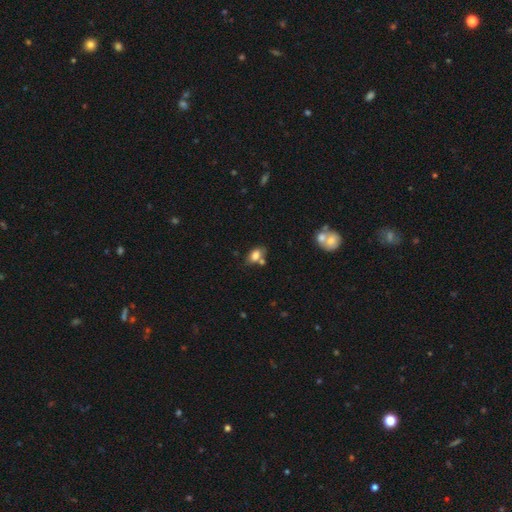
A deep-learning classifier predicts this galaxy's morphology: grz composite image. It shows a smooth galaxy with no disk features (78%) that is in between round and cigar-shaped (85%). Merging: none (54%).